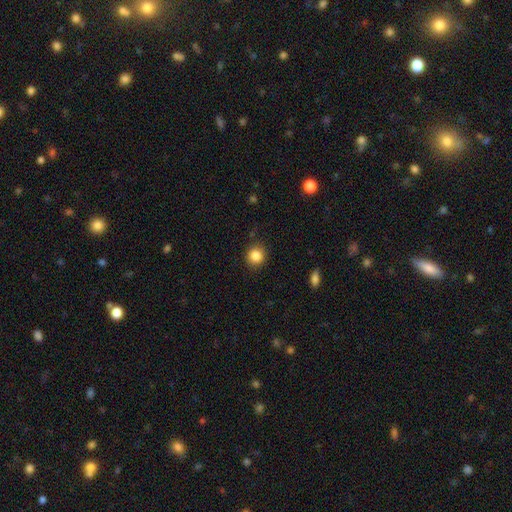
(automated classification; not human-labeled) A smooth galaxy with no disk features (86%) that is round (89%). Merging: none (88%).